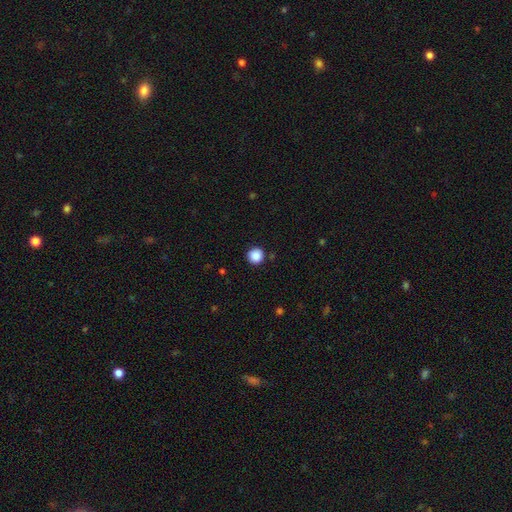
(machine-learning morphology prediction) Overall: smooth (88%). How rounded: round (95%). Merging: none (90%).